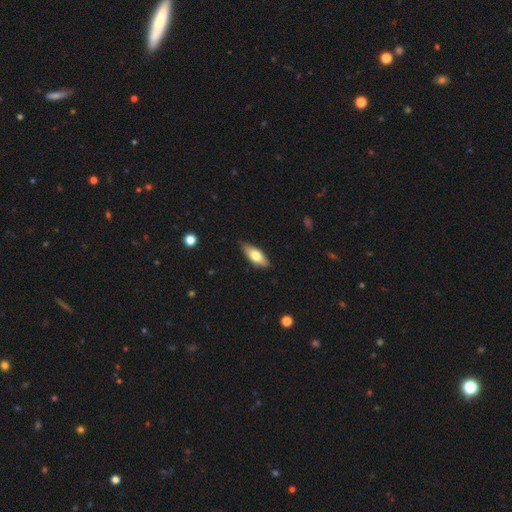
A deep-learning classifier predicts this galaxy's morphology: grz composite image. It shows a smooth galaxy with no disk features (66%) that is in between round and cigar-shaped (75%). Merging: none (83%).